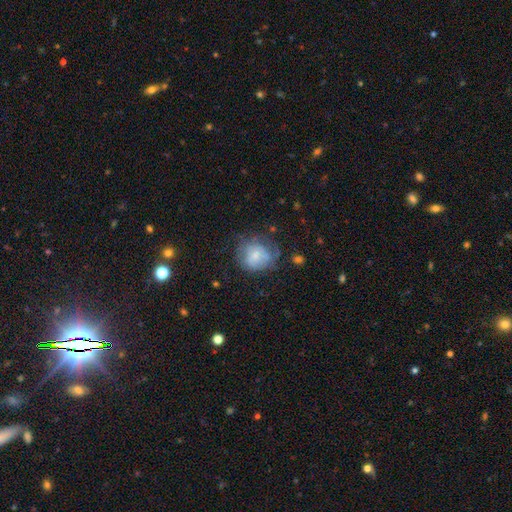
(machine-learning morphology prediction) A smooth galaxy with no disk features (56%) that is round (76%). Merging: none (48%).